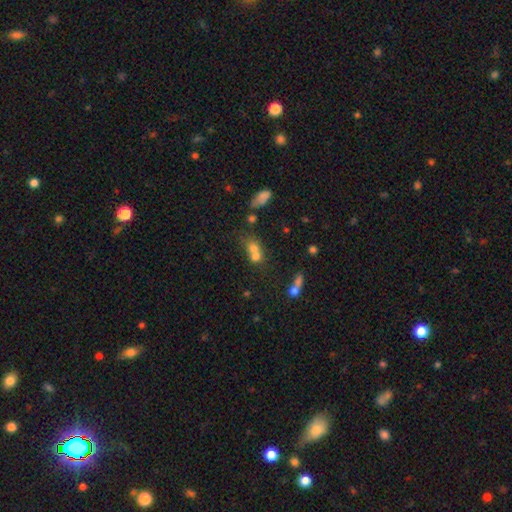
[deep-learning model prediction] Morphology: type=smooth (65%); roundness=round (59%); merging=merger (64%).